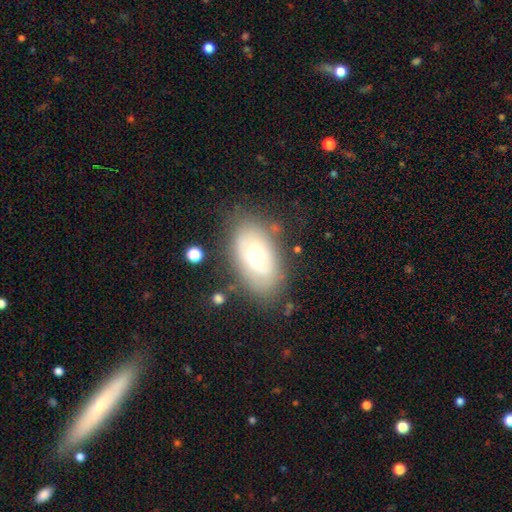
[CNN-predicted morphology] Smooth or featured?
  - smooth: 51% *
  - featured or disk: 40%
  - star or artifact: 9%
How rounded?
  - in between: 89% *
  - round: 9%
  - cigar-shaped: 2%
Merging?
  - none: 72% *
  - minor disturbance: 17%
  - major disturbance: 7%
  - merger: 3%